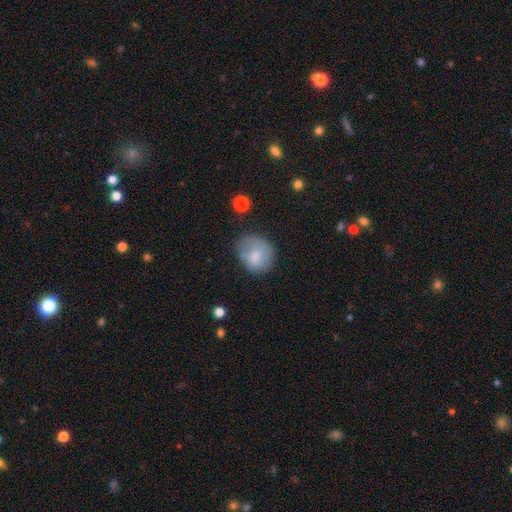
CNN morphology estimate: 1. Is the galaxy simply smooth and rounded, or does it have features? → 71% smooth, 20% featured or disk, 8% star or artifact.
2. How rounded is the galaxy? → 61% round, 38% in between, 1% cigar-shaped.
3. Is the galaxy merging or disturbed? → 49% none, 30% minor disturbance, 17% major disturbance, 4% merger.